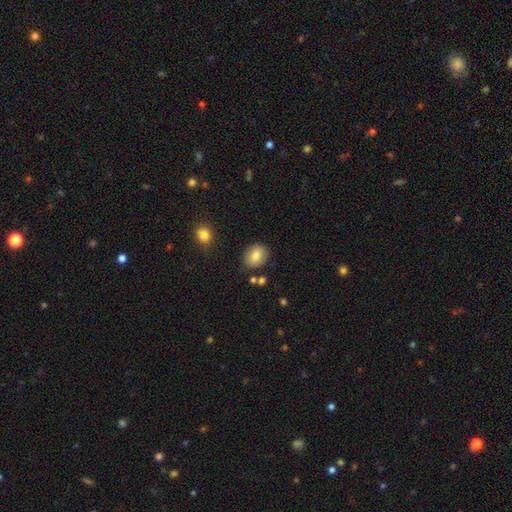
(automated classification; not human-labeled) smooth-or-featured: smooth: 82% | featured or disk: 10% | star or artifact: 8%
  how-rounded: round: 51% | in between: 48% | cigar-shaped: 1%
  merging: none: 84% | minor disturbance: 10% | merger: 3% | major disturbance: 3%